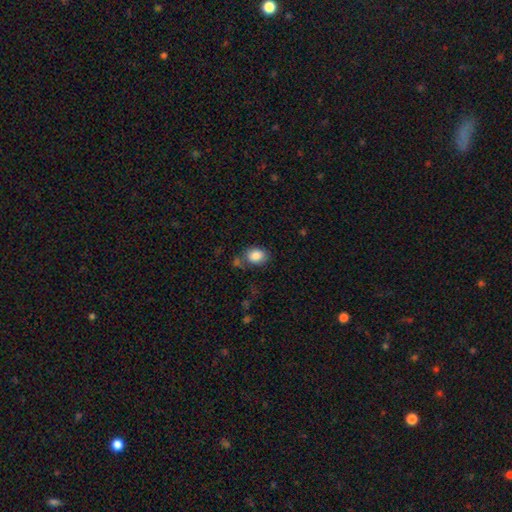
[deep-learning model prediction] smooth 86%, star or artifact 8%, featured or disk 6%. Down the decision tree: how rounded — in between (67%); merging — none (67%).